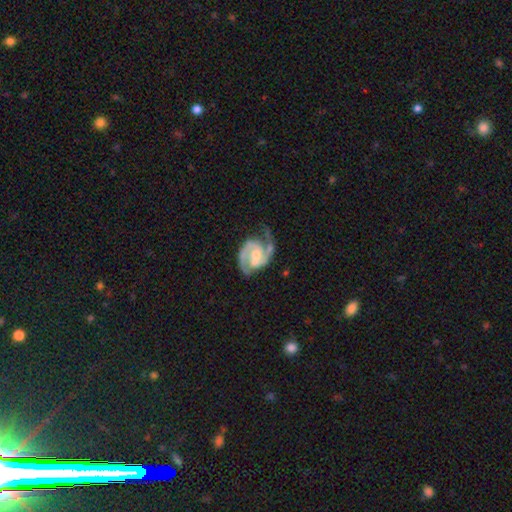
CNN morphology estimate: smooth_or_featured: featured or disk (p=0.92) [alt: smooth p=0.04]
disk_edge_on: no (p=0.98) [alt: yes p=0.02]
bar: weak (p=0.45) [alt: no p=0.35]
has_spiral_arms: yes (p=0.98) [alt: no p=0.02]
spiral_winding: medium (p=0.57) [alt: tight p=0.32]
spiral_arm_count: 2 (p=0.92) [alt: can't tell p=0.02]
bulge_size: small (p=0.45) [alt: moderate p=0.35]
merging: none (p=0.66) [alt: minor disturbance p=0.21]